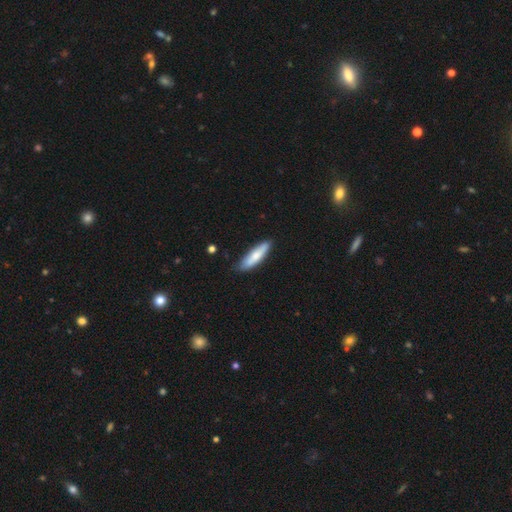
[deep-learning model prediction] Smooth or featured: smooth — 73% (featured or disk — 22%)
How rounded: cigar-shaped — 70% (in between — 29%)
Merging: none — 82% (minor disturbance — 15%)